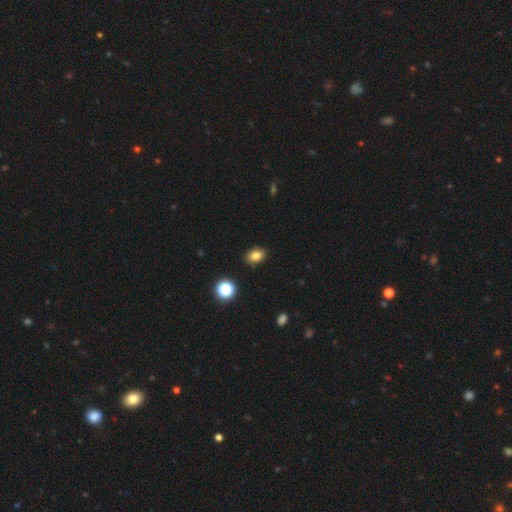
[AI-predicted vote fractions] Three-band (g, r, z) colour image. It shows a smooth galaxy with no disk features (82%) that is in between round and cigar-shaped (74%). Merging: none (88%).